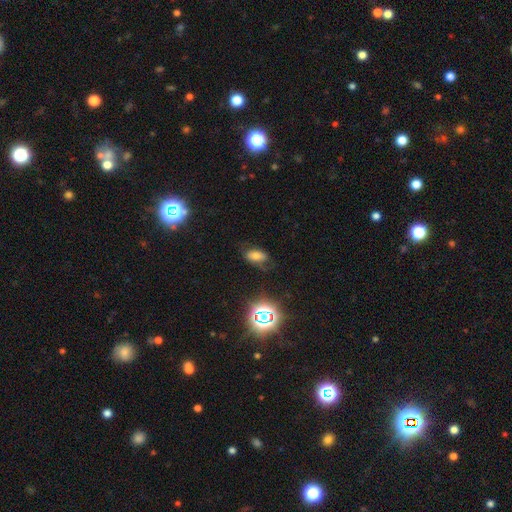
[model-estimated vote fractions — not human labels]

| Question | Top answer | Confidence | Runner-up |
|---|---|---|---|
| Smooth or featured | smooth | 56% | star or artifact (24%) |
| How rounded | in between | 90% | round (7%) |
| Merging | none | 61% | minor disturbance (24%) |